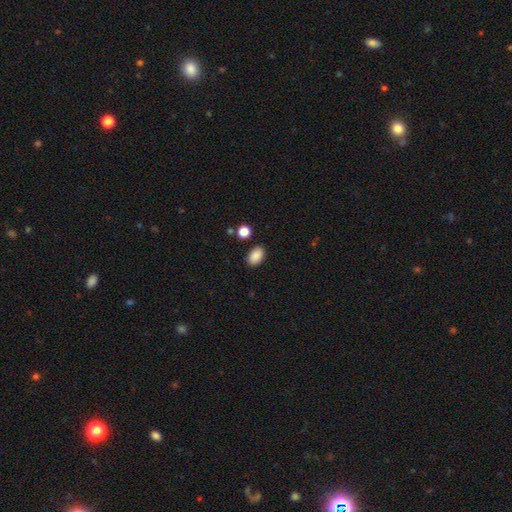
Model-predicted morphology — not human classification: Smooth or featured? smooth (88%)
How rounded? in between (88%)
Merging? none (85%)